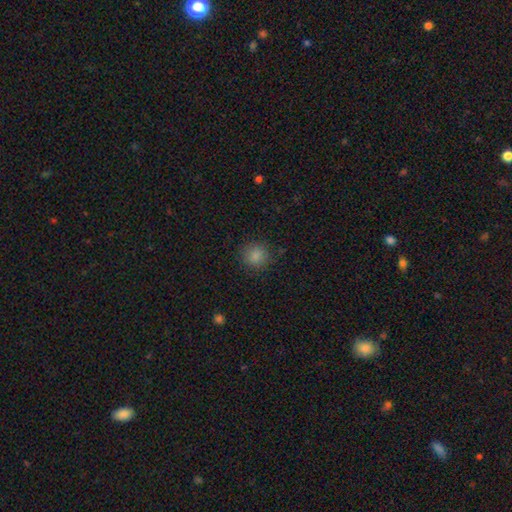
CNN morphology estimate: smooth 85%, star or artifact 11%, featured or disk 4%. Down the decision tree: how rounded — round (89%); merging — none (87%).